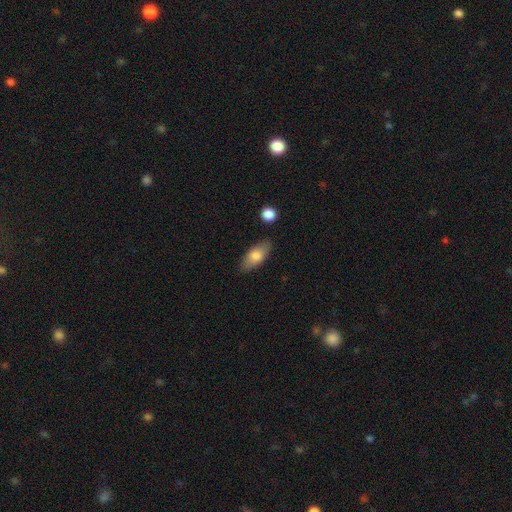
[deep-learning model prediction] The model was most divided on "smooth or featured": smooth: 76%, featured or disk: 18%, star or artifact: 6%. More confident: how rounded — in between (83%); merging — none (83%).